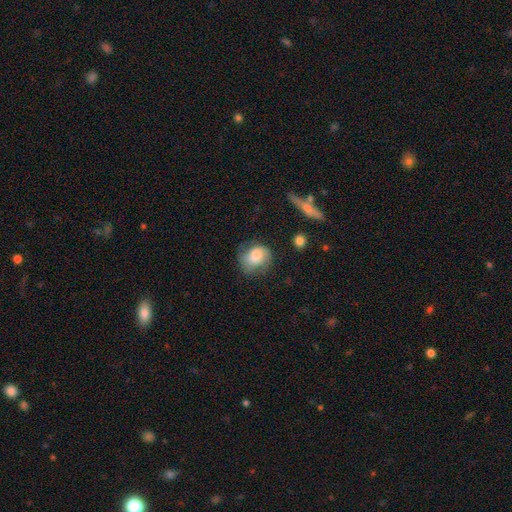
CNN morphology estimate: This appears to be a smooth galaxy with no disk features (65%) that is round (59%). Merging: none (52%).